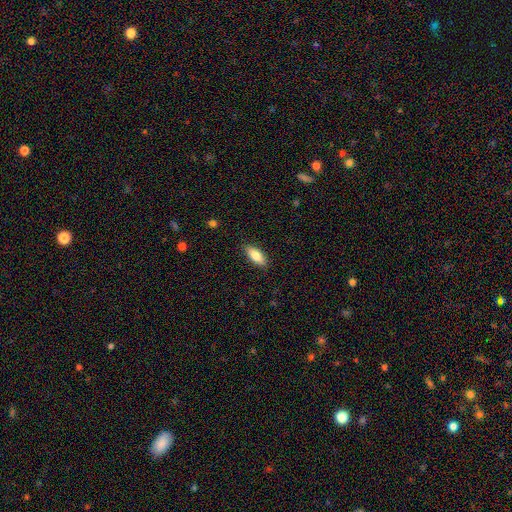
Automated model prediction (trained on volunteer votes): Q: Smooth or featured?
A: smooth (81%); runner-up: featured or disk (12%)
Q: How rounded?
A: in between (78%); runner-up: cigar-shaped (20%)
Q: Merging?
A: none (88%); runner-up: minor disturbance (9%)